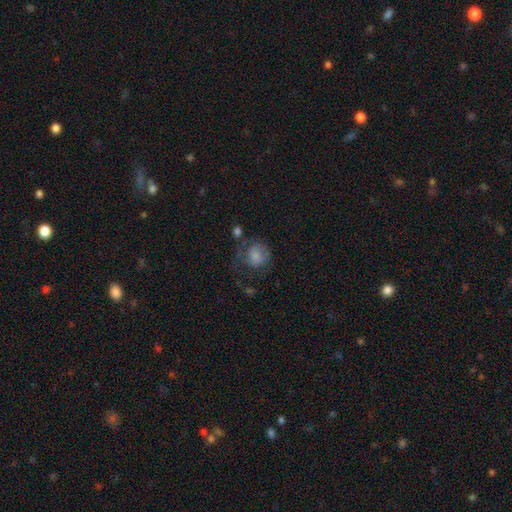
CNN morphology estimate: Q: Smooth or featured?
A: smooth (71%); runner-up: featured or disk (20%)
Q: How rounded?
A: round (77%); runner-up: in between (22%)
Q: Merging?
A: none (42%); runner-up: major disturbance (27%)